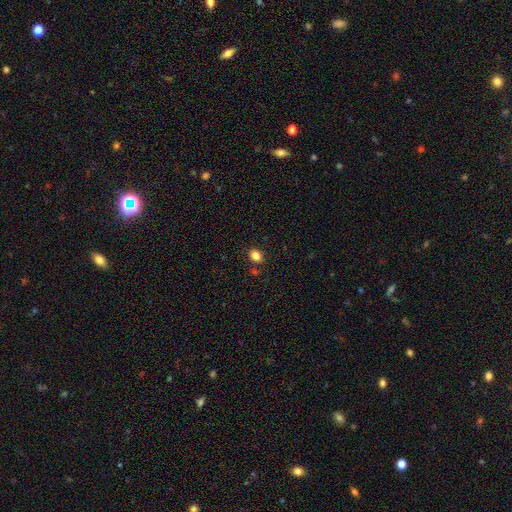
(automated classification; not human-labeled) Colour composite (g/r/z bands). It shows a smooth galaxy with no disk features (84%) that is in between round and cigar-shaped (56%). Merging: none (83%).